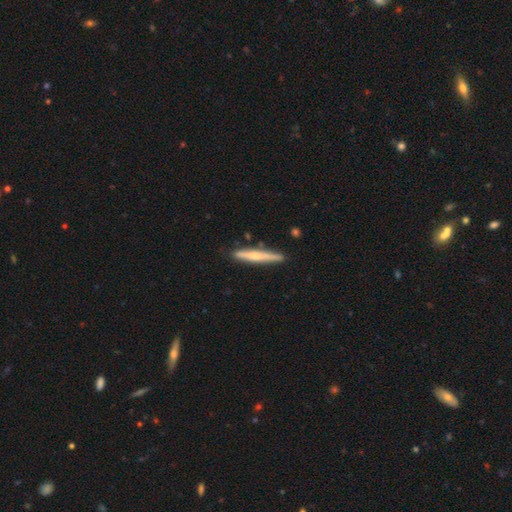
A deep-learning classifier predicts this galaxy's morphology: A smooth galaxy with no disk features (50%).

Vote fractions:
- Smooth or featured? smooth: 50% / featured or disk: 45% / star or artifact: 6%
- Merging? none: 85% / minor disturbance: 11% / merger: 3% / major disturbance: 2%